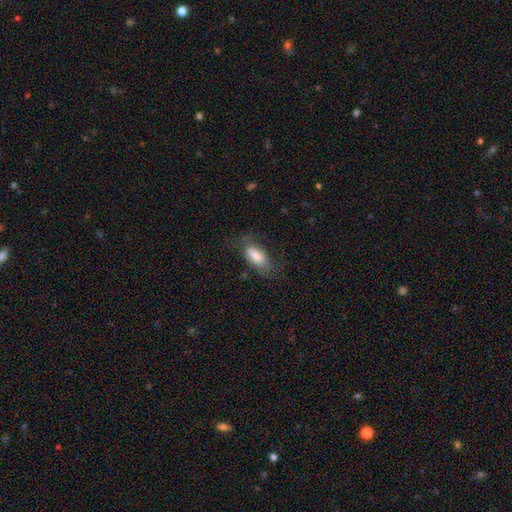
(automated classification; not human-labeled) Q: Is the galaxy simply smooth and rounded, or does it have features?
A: smooth — 78%.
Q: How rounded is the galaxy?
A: in between — 81%.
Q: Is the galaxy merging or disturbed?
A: none — 56%.